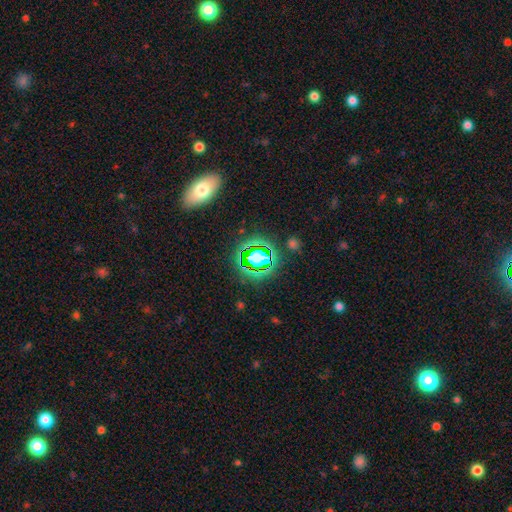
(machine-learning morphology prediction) This appears to be a star or artifact, not a galaxy (52%).